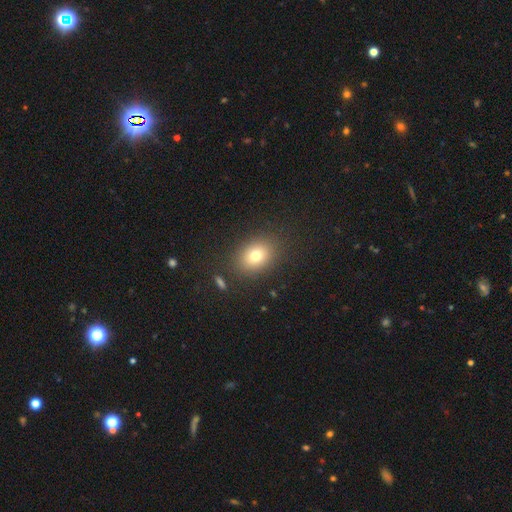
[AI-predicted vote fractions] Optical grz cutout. It shows a smooth galaxy with no disk features (76%) that is in between round and cigar-shaped (55%). Merging: none (86%).